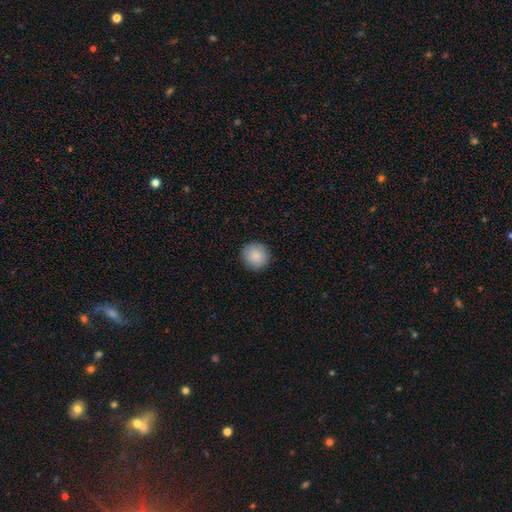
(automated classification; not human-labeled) Overall: smooth (87%). How rounded: round (94%). Merging: none (91%).